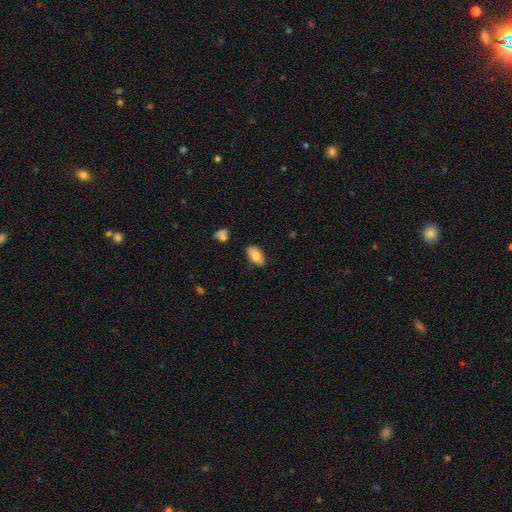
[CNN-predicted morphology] Smooth or featured? smooth (81%)
How rounded? in between (93%)
Merging? none (81%)